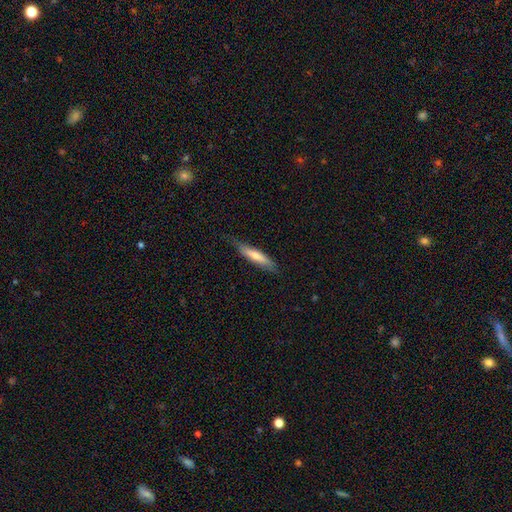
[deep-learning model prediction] This appears to be a smooth galaxy with no disk features (66%) that is cigar-shaped (85%). Merging: none (76%).